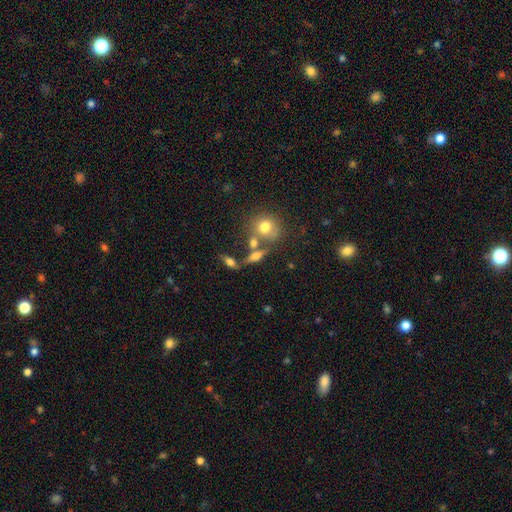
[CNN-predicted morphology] Smooth or featured? smooth (49%)
Merging? none (57%)